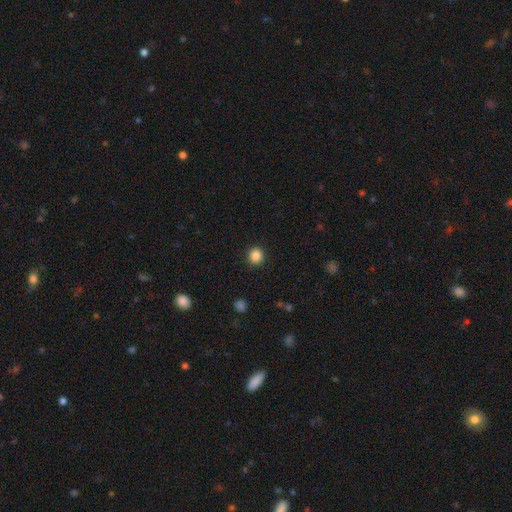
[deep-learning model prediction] smooth-or-featured: smooth: 86% | star or artifact: 11% | featured or disk: 3%
  how-rounded: round: 92% | in between: 7% | cigar-shaped: 1%
  merging: none: 92% | minor disturbance: 5% | major disturbance: 2% | merger: 1%